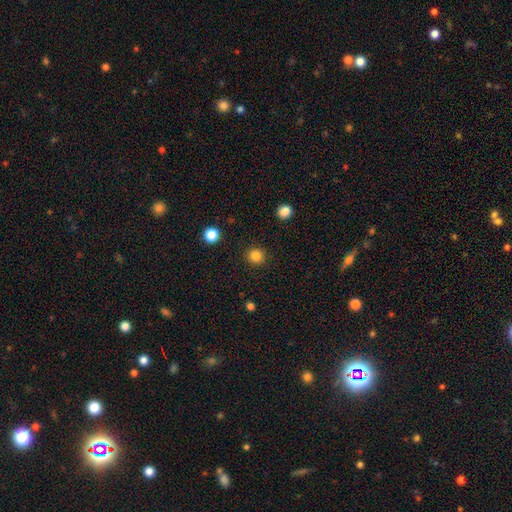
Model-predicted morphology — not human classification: This appears to be a smooth galaxy with no disk features (84%) that is round (93%). Merging: none (92%).